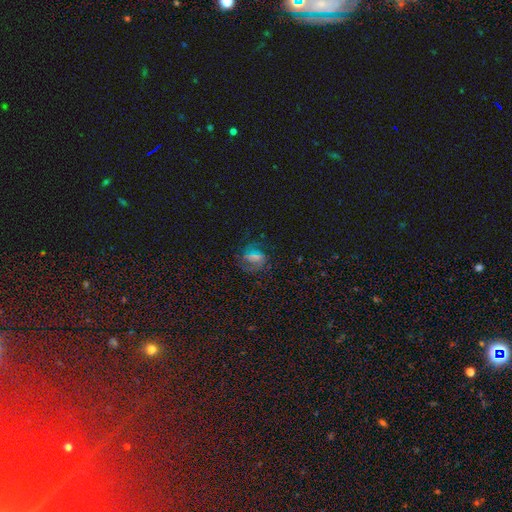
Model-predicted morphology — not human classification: Overall: featured or disk (36%; star or artifact 34%). Merging: none (75%).